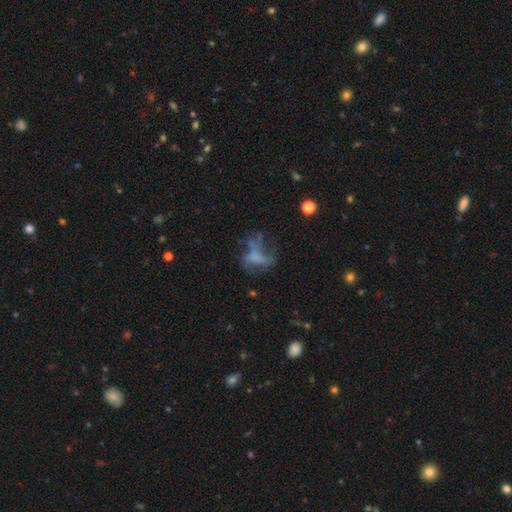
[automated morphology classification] Smooth or featured: featured or disk — 44% (smooth — 36%)
Merging: major disturbance — 43% (none — 35%)